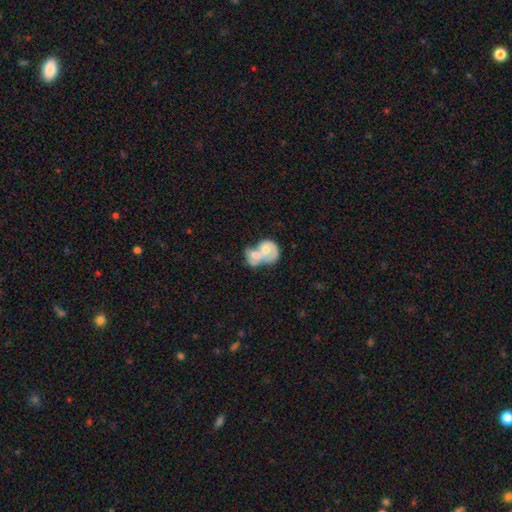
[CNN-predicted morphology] Smooth or featured? Predicted: featured or disk (p=0.54). Edge-on disk? Predicted: no (p=0.97). Bar? Predicted: no (p=0.76). Spiral arms? Predicted: yes (p=0.60). Bulge size? Predicted: moderate (p=0.62). Merging? Predicted: merger (p=0.83).